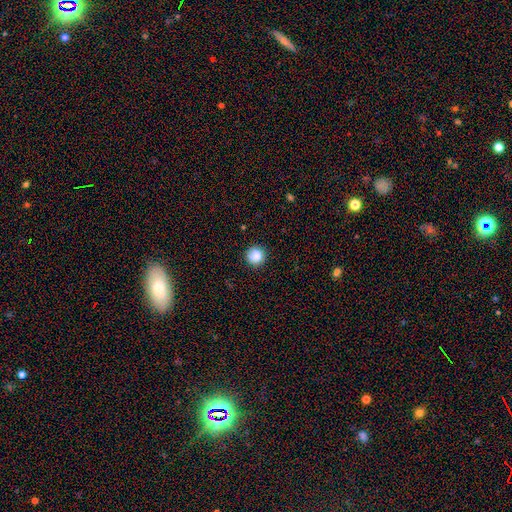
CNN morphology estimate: Q: Smooth or featured?
A: smooth (87%); runner-up: star or artifact (10%)
Q: How rounded?
A: round (95%); runner-up: in between (4%)
Q: Merging?
A: none (91%); runner-up: minor disturbance (7%)